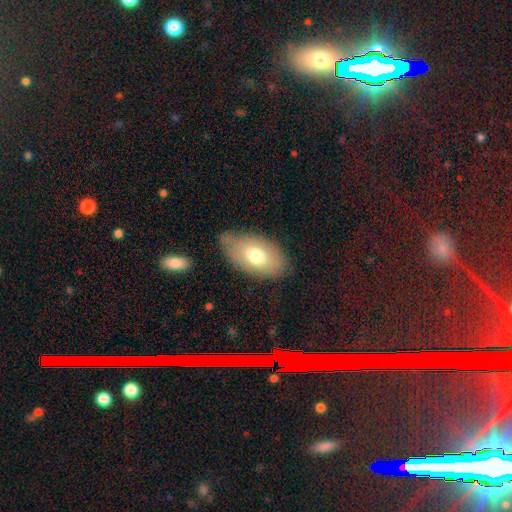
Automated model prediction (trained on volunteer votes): Smooth or featured? smooth (70%)
How rounded? in between (92%)
Merging? none (67%)